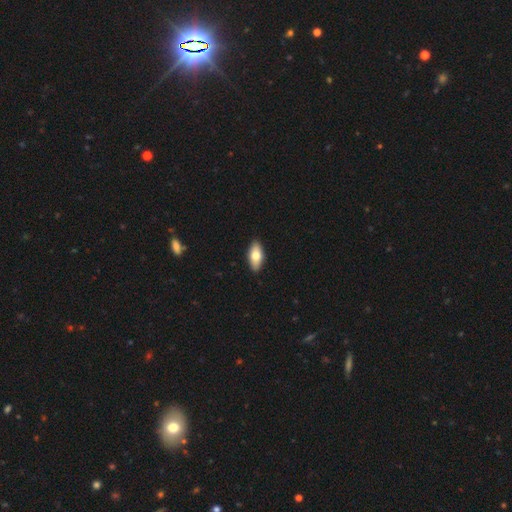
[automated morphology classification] Q: Smooth or featured?
A: smooth (74%); runner-up: featured or disk (20%)
Q: How rounded?
A: in between (88%); runner-up: cigar-shaped (9%)
Q: Merging?
A: none (90%); runner-up: minor disturbance (7%)